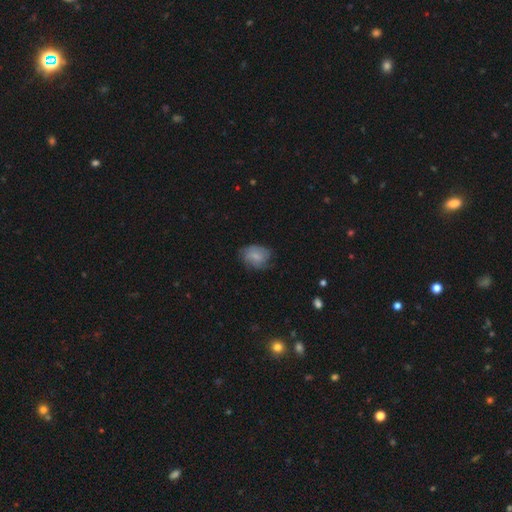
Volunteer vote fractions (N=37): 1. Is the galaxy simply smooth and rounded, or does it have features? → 65% smooth, 35% featured or disk, 0% star or artifact.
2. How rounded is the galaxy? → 54% in between, 46% round, 0% cigar-shaped.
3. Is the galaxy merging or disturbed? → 49% none, 30% major disturbance, 19% minor disturbance, 3% merger.